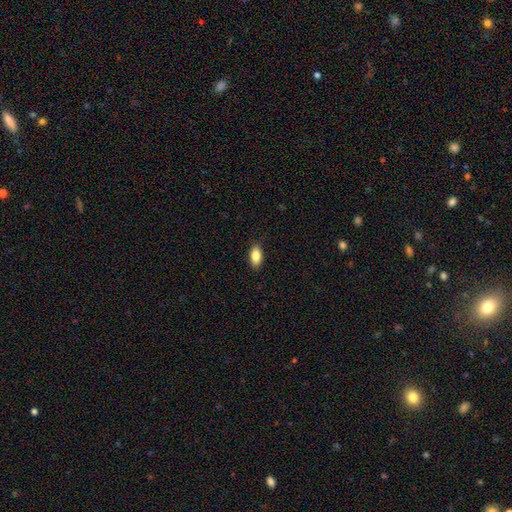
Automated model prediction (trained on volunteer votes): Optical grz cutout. It shows a smooth galaxy with no disk features (86%) that is in between round and cigar-shaped (90%). Merging: none (88%).